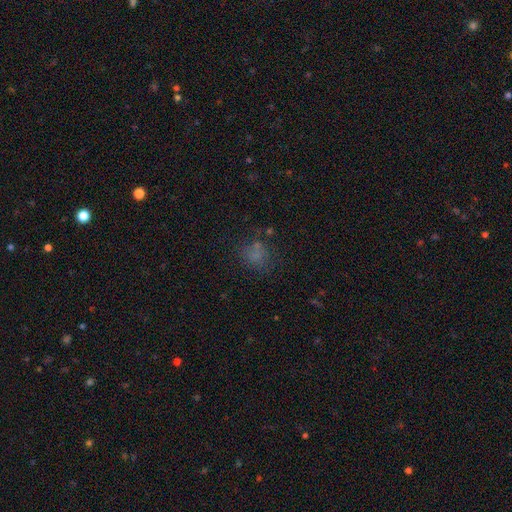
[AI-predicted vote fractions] Morphology: type=smooth (64%); roundness=round (69%); merging=none (67%).